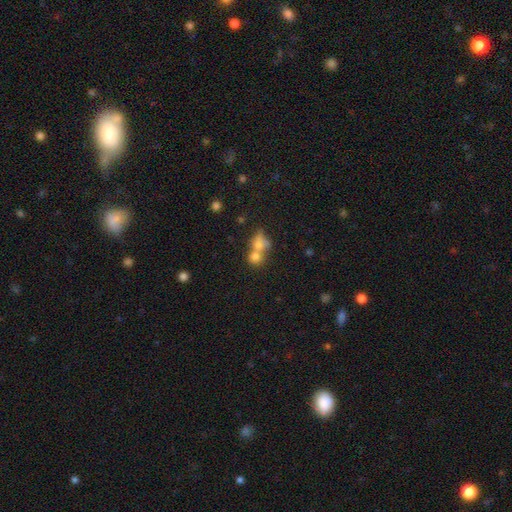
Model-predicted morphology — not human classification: A smooth galaxy with no disk features (69%) that is round (66%).

Vote fractions:
- Smooth or featured? smooth: 69% / featured or disk: 16% / star or artifact: 15%
- How rounded? round: 66% / in between: 32% / cigar-shaped: 2%
- Merging? merger: 58% / none: 30% / minor disturbance: 7% / major disturbance: 4%